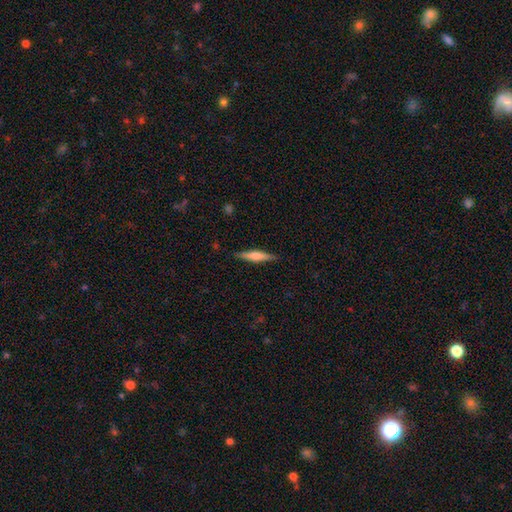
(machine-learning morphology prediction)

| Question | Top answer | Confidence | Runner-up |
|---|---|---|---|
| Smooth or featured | featured or disk | 51% | smooth (43%) |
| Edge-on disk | yes | 97% | no (3%) |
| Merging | none | 89% | minor disturbance (8%) |